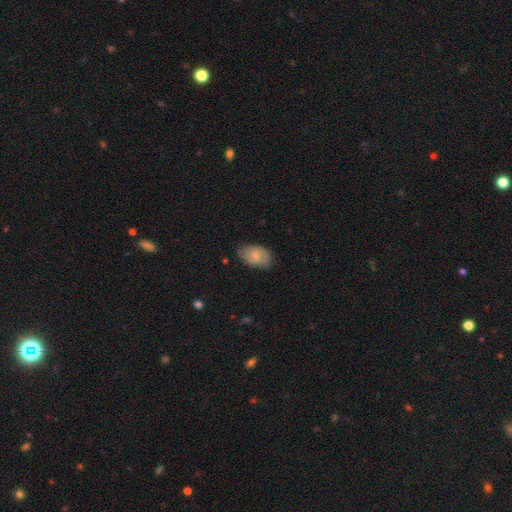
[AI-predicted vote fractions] Morphology: type=smooth (71%); roundness=in between (89%); merging=none (72%).